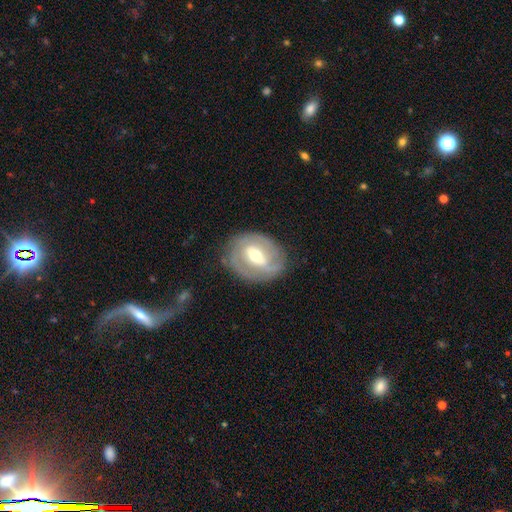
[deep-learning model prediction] featured or disk 73%, smooth 21%, star or artifact 6%. Down the decision tree: edge-on disk — no (94%); bar — weak (42%, tied with strong); spiral arms — yes (75%); spiral arm count — 2 (59%); spiral winding — tight (51%); bulge size — moderate (68%); merging — none (75%).